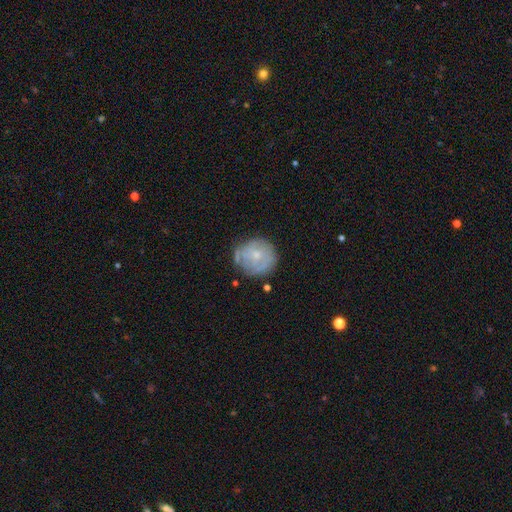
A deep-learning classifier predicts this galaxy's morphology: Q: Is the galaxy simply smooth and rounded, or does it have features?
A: featured or disk — 47%.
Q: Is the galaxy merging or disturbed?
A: none — 68%.